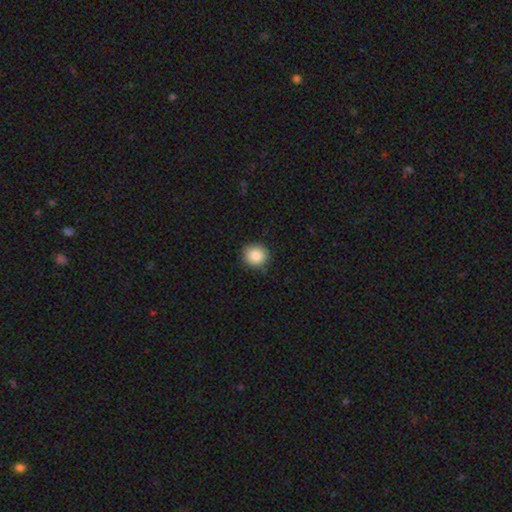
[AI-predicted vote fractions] Overall: smooth (85%). How rounded: round (91%). Merging: none (87%).